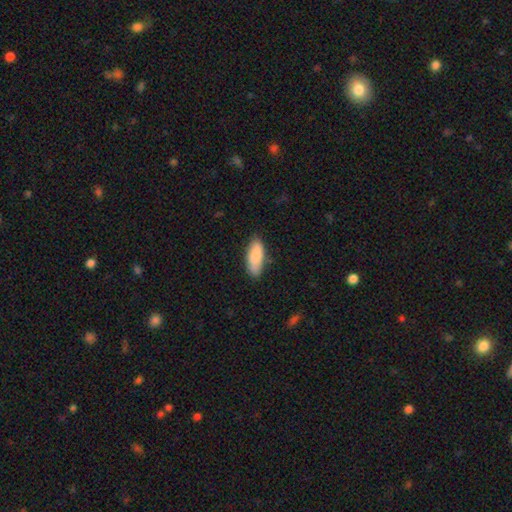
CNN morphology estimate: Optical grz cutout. It shows a smooth galaxy with no disk features (86%) that is in between round and cigar-shaped (79%). Merging: none (76%).